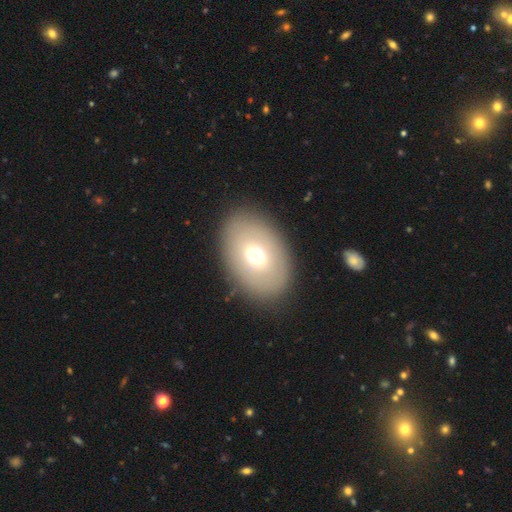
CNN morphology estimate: Overall: smooth (63%; featured or disk 26%). How rounded: in between (79%). Merging: none (85%).